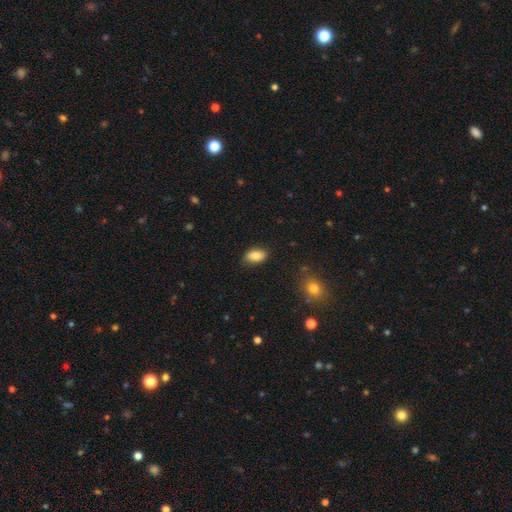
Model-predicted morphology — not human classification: A smooth galaxy with no disk features (84%) that is in between round and cigar-shaped (91%).

Vote fractions:
- Smooth or featured? smooth: 84% / featured or disk: 8% / star or artifact: 8%
- How rounded? in between: 91% / round: 7% / cigar-shaped: 2%
- Merging? none: 84% / minor disturbance: 13% / major disturbance: 3% / merger: 1%